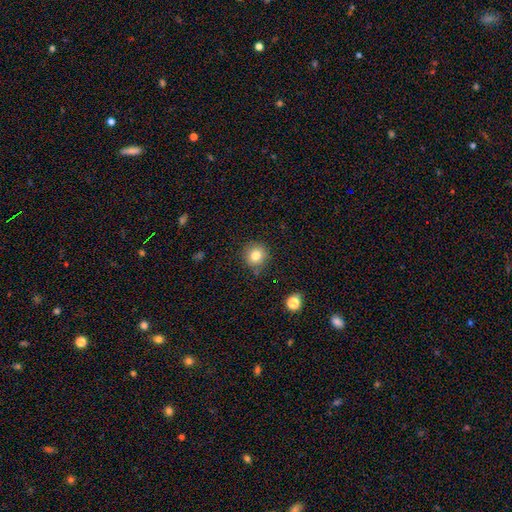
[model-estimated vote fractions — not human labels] smooth 80%, star or artifact 12%, featured or disk 8%. Down the decision tree: how rounded — round (91%); merging — none (84%).